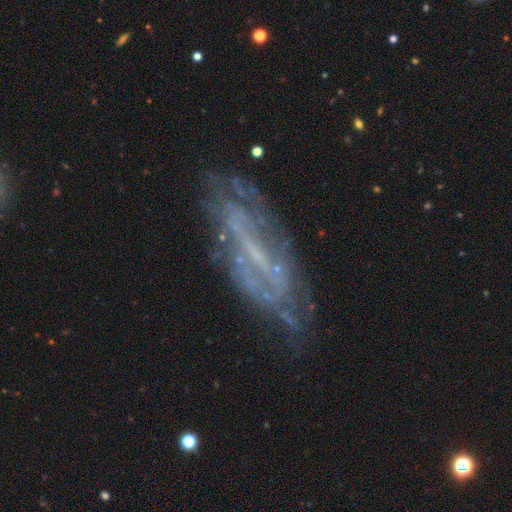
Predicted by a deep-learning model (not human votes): Q: Smooth or featured?
A: featured or disk (74%); runner-up: smooth (13%)
Q: Edge-on disk?
A: no (84%); runner-up: yes (16%)
Q: Bar?
A: strong (38%); runner-up: weak (34%)
Q: Spiral arms?
A: yes (66%); runner-up: no (34%)
Q: Bulge size?
A: none (48%); runner-up: small (40%)
Q: Merging?
A: none (60%); runner-up: minor disturbance (22%)